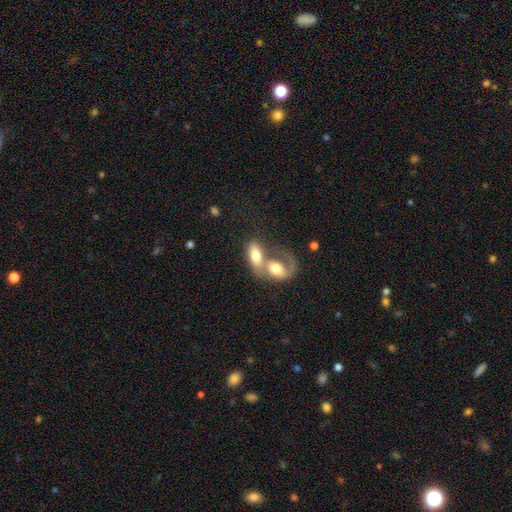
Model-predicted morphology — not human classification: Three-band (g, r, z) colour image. It shows a smooth galaxy with no disk features (57%) that is in between round and cigar-shaped (84%). Merging: merger (76%).